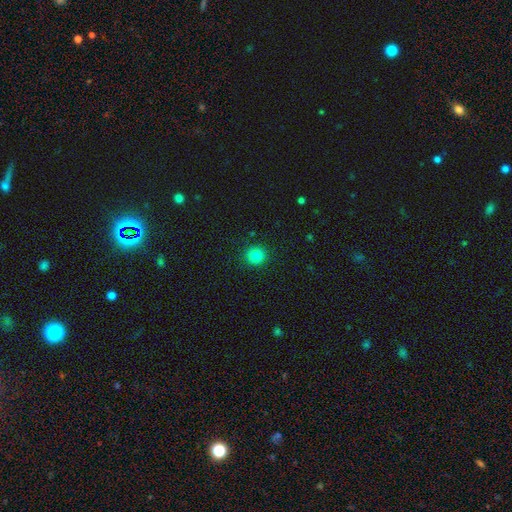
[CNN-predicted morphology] Q: Smooth or featured?
A: smooth (84%); runner-up: star or artifact (12%)
Q: How rounded?
A: round (91%); runner-up: in between (8%)
Q: Merging?
A: none (91%); runner-up: minor disturbance (6%)